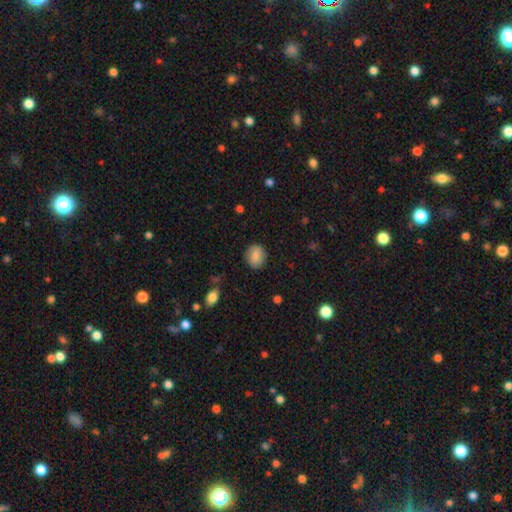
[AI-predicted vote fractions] This appears to be a smooth galaxy with no disk features (86%) that is round (63%). Merging: none (86%).